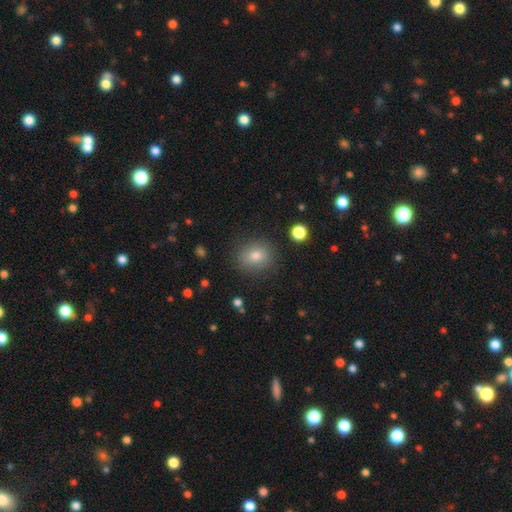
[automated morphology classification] Smooth or featured: smooth — 78% (star or artifact — 13%)
How rounded: round — 69% (in between — 30%)
Merging: none — 87% (minor disturbance — 9%)